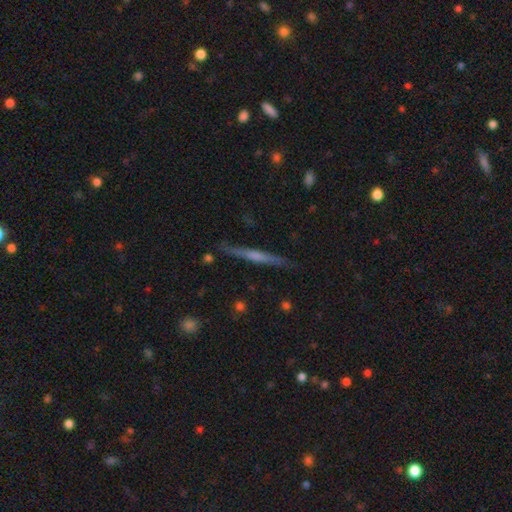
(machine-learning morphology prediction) Smooth or featured?
  - featured or disk: 61% *
  - smooth: 32%
  - star or artifact: 7%
Edge-on disk?
  - yes: 97% *
  - no: 3%
Edge-on bulge?
  - none: 46% *
  - rounded: 38%
  - boxy: 16%
Merging?
  - none: 88% *
  - minor disturbance: 9%
  - major disturbance: 2%
  - merger: 1%